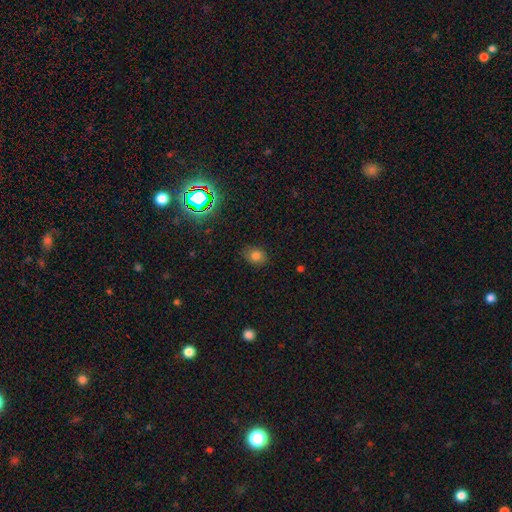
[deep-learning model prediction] Smooth or featured? Predicted: smooth (p=0.75). How rounded? Predicted: in between (p=0.59). Merging? Predicted: none (p=0.79).